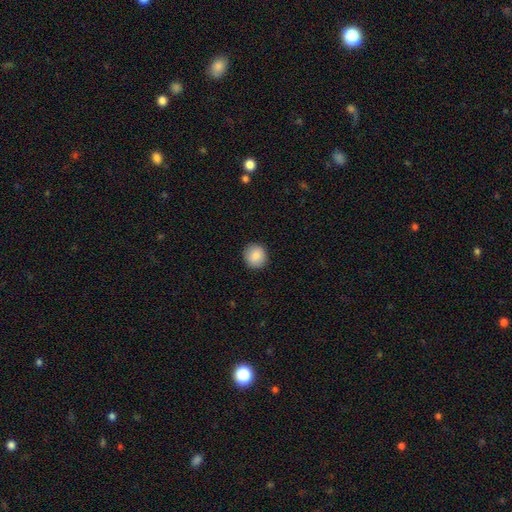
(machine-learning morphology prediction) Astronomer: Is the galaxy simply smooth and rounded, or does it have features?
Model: smooth — 87%.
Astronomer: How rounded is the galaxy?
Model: round — 91%.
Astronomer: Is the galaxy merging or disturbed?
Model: none — 91%.